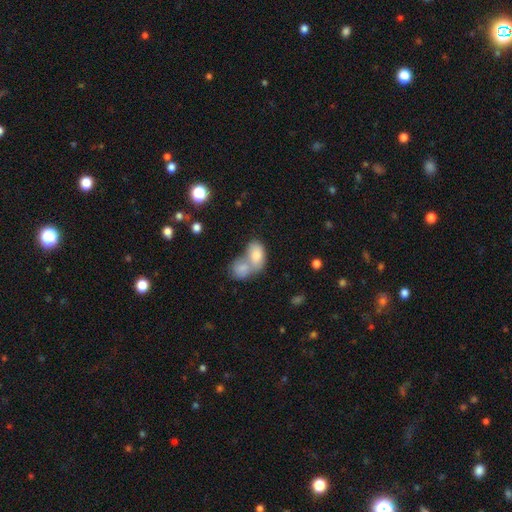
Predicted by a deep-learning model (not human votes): This appears to be a smooth galaxy with no disk features (82%) that is in between round and cigar-shaped (88%). Merging: merger (69%).